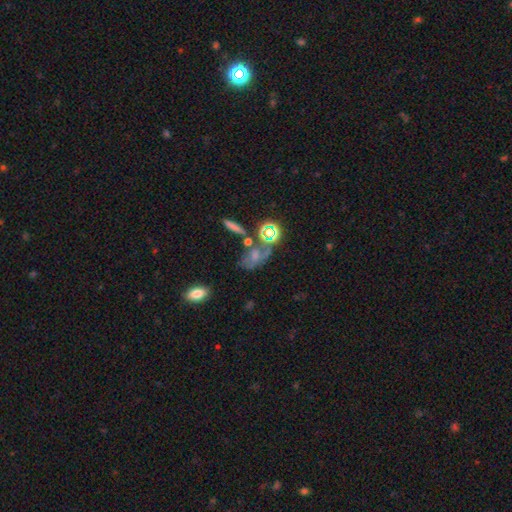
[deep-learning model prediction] The model was most divided on "merging": none: 37%, merger: 23%, minor disturbance: 20%, major disturbance: 20%. Remaining: smooth or featured — smooth (46%).